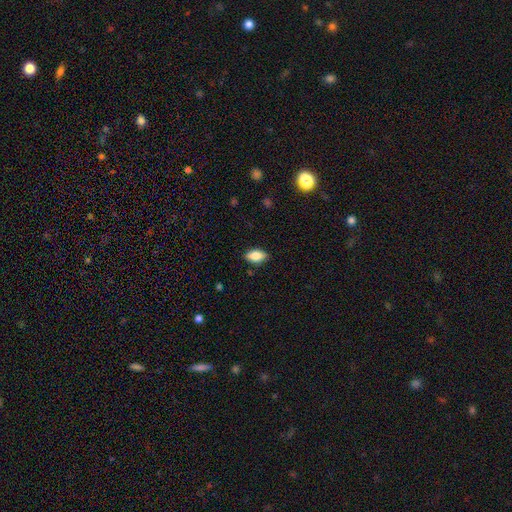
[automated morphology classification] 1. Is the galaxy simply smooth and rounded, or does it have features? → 84% smooth, 8% featured or disk, 8% star or artifact.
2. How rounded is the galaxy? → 90% in between, 6% round, 4% cigar-shaped.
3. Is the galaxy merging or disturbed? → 83% none, 13% minor disturbance, 2% major disturbance, 1% merger.